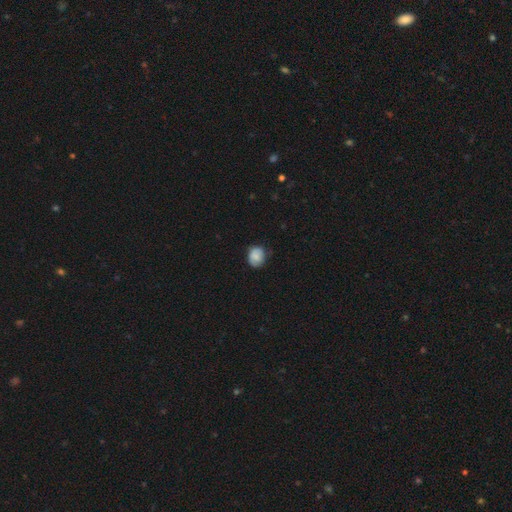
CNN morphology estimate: Smooth or featured? smooth (76%)
How rounded? round (60%)
Merging? none (70%)